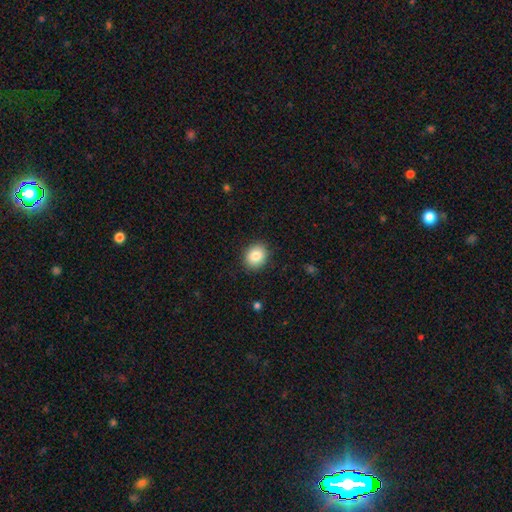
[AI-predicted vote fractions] smooth_or_featured: smooth (p=0.85) [alt: star or artifact p=0.08]
how_rounded: round (p=0.60) [alt: in between p=0.39]
merging: none (p=0.89) [alt: minor disturbance p=0.08]